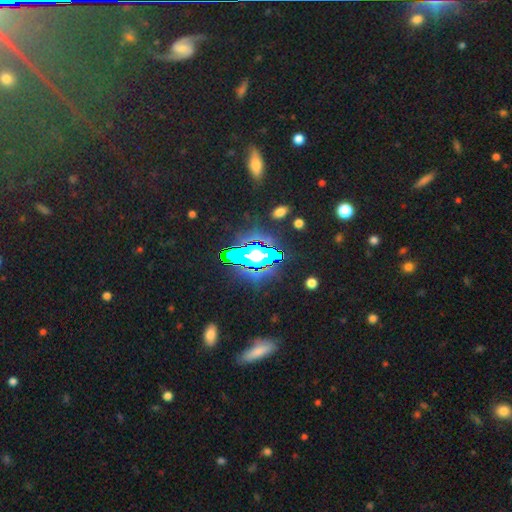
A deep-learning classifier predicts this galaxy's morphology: Smooth or featured? star or artifact (66%)